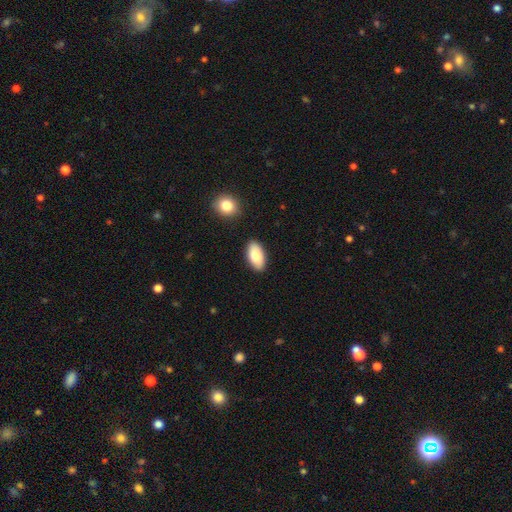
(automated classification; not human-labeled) A smooth galaxy with no disk features (86%) that is in between round and cigar-shaped (94%).

Vote fractions:
- Smooth or featured? smooth: 86% / featured or disk: 8% / star or artifact: 6%
- How rounded? in between: 94% / cigar-shaped: 3% / round: 2%
- Merging? none: 87% / minor disturbance: 9% / merger: 2% / major disturbance: 2%